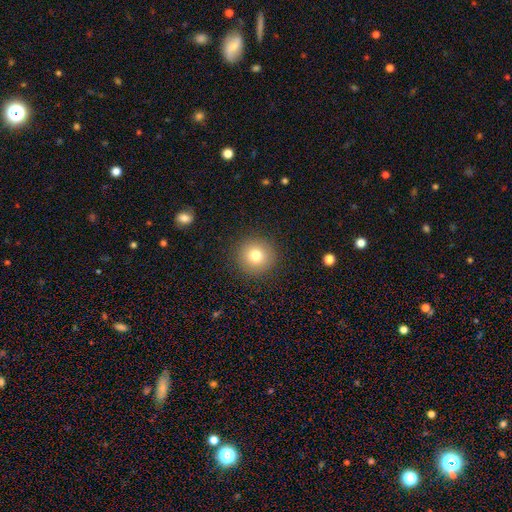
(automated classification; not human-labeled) smooth_or_featured: smooth (p=0.78) [alt: star or artifact p=0.12]
how_rounded: round (p=0.95) [alt: in between p=0.04]
merging: none (p=0.91) [alt: minor disturbance p=0.06]